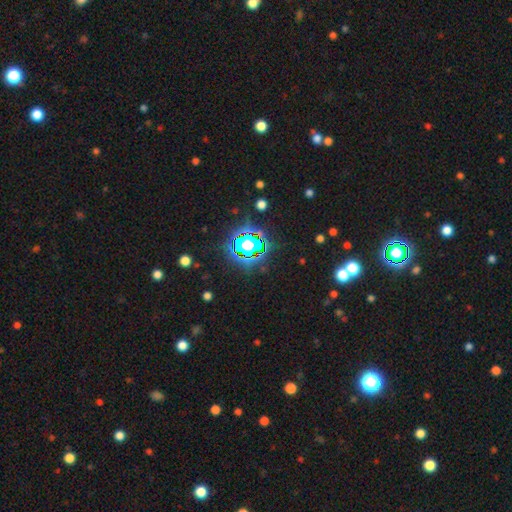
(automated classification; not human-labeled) Smooth or featured? Predicted: star or artifact (p=0.82).